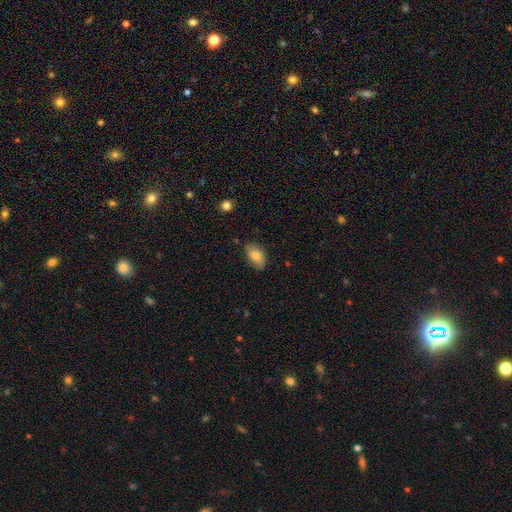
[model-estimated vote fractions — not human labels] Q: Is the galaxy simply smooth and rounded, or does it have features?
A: smooth — 79%.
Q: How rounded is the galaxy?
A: in between — 92%.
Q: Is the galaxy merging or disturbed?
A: none — 82%.